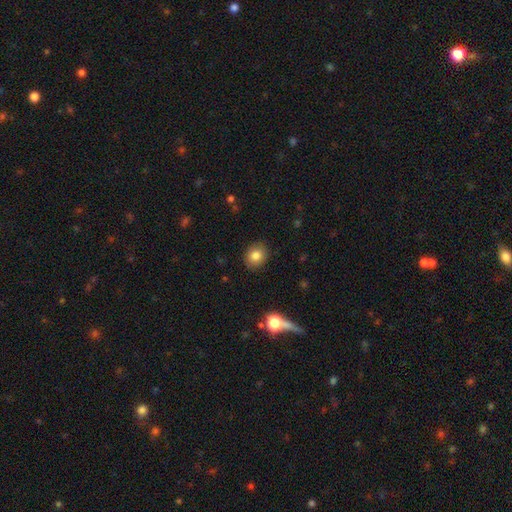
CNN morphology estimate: A smooth galaxy with no disk features (83%) that is round (66%). Merging: none (88%).